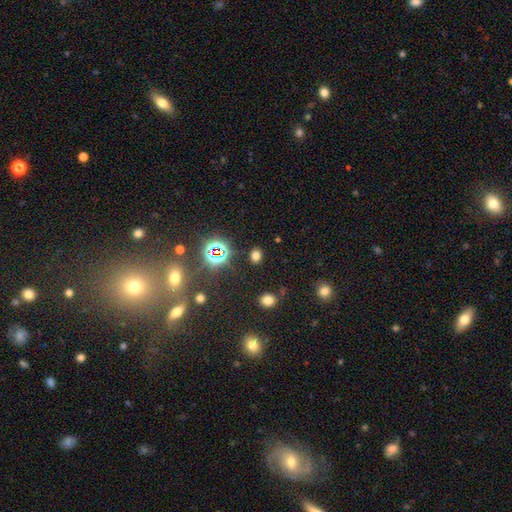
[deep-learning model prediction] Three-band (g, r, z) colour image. It shows a smooth galaxy with no disk features (64%) that is in between round and cigar-shaped (56%). Merging: none (86%).